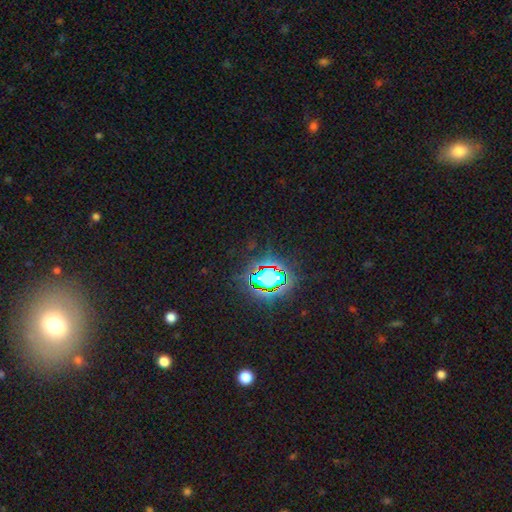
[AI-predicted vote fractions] Smooth or featured?
  - star or artifact: 81% *
  - smooth: 12%
  - featured or disk: 7%